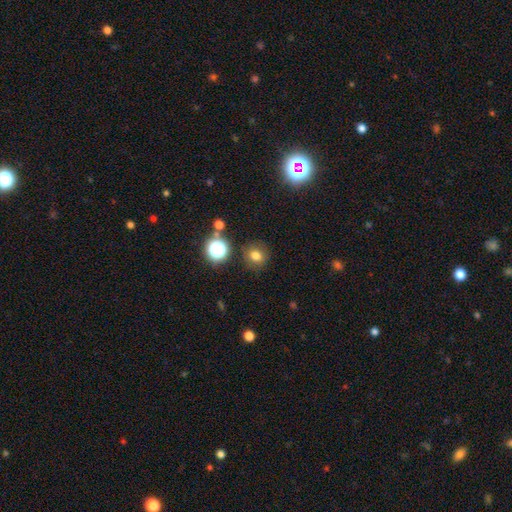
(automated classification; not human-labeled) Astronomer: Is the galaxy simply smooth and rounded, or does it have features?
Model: smooth — 75%.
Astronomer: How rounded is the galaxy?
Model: round — 84%.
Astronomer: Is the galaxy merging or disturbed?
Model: none — 85%.